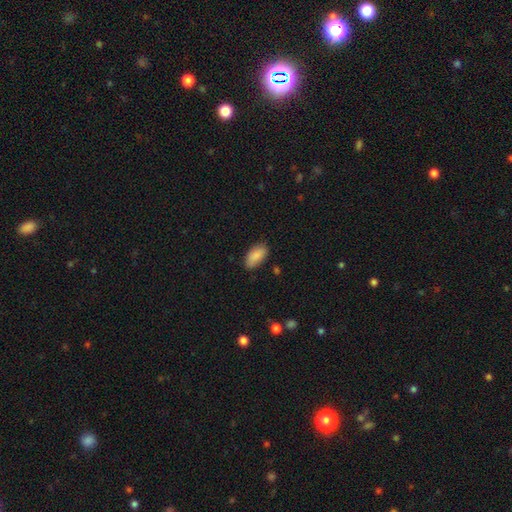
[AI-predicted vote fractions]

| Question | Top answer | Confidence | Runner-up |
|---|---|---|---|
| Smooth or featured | smooth | 88% | star or artifact (7%) |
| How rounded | in between | 93% | cigar-shaped (5%) |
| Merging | none | 80% | minor disturbance (16%) |